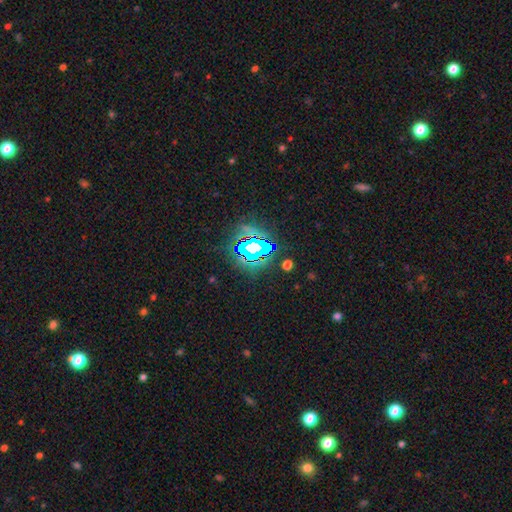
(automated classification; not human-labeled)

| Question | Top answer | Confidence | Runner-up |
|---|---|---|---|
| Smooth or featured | star or artifact | 73% | smooth (15%) |